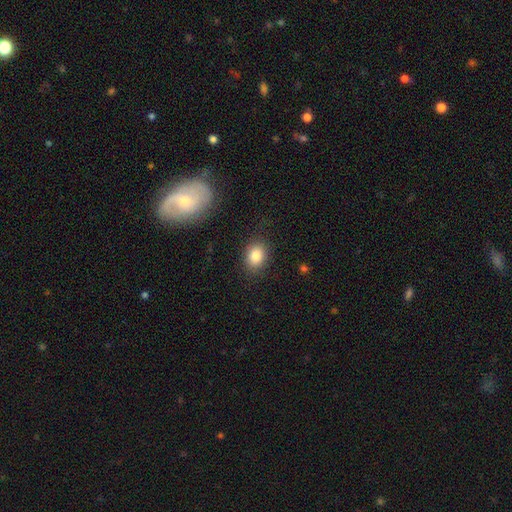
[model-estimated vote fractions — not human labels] Morphology: type=smooth (84%); roundness=in between (59%); merging=none (84%).